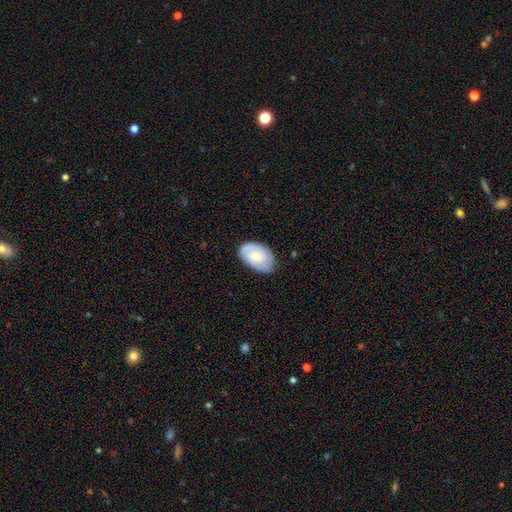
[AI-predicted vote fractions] A smooth galaxy with no disk features (54%) that is in between round and cigar-shaped (90%).

Vote fractions:
- Smooth or featured? smooth: 54% / featured or disk: 40% / star or artifact: 6%
- How rounded? in between: 90% / round: 8% / cigar-shaped: 1%
- Merging? none: 77% / minor disturbance: 18% / major disturbance: 4% / merger: 1%